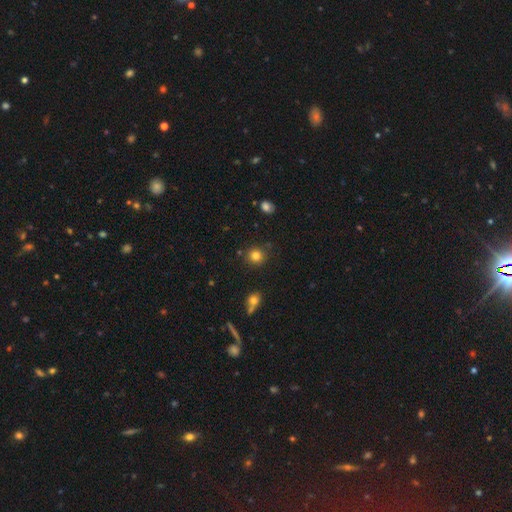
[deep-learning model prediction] Smooth or featured? smooth (82%)
How rounded? round (91%)
Merging? none (85%)